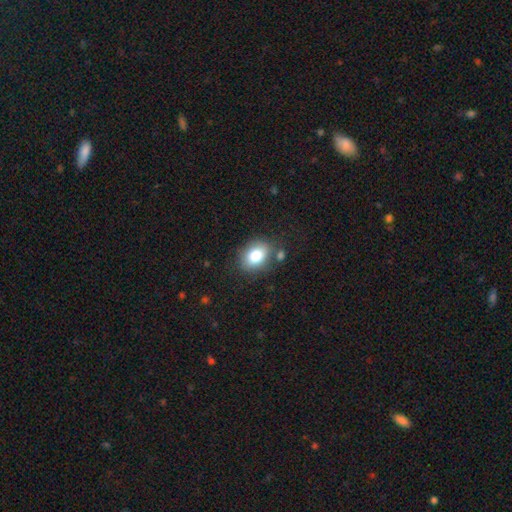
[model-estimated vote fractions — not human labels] This is clearly a smooth galaxy (82%). How rounded: likely in between (67%). Merging: likely none (76%).